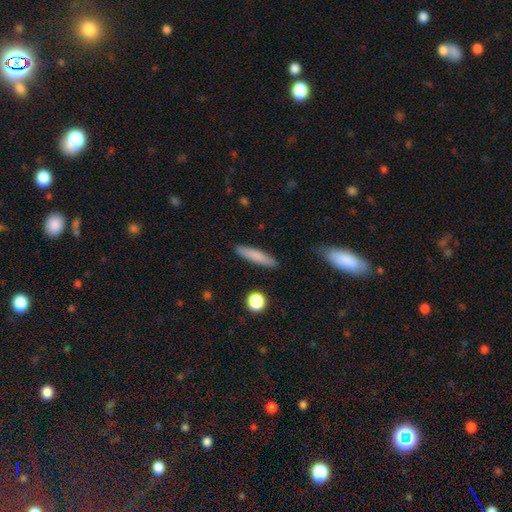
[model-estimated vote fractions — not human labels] This appears to be a smooth galaxy with no disk features (79%) that is cigar-shaped (85%). Merging: none (88%).